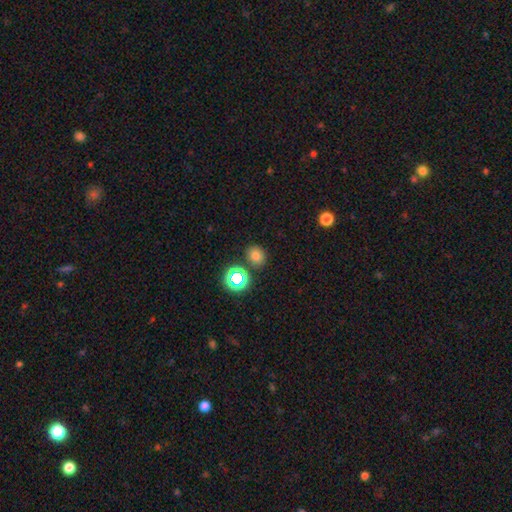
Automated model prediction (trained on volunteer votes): smooth_or_featured: smooth (p=0.73) [alt: star or artifact p=0.20]
how_rounded: round (p=0.68) [alt: in between p=0.31]
merging: none (p=0.82) [alt: minor disturbance p=0.09]